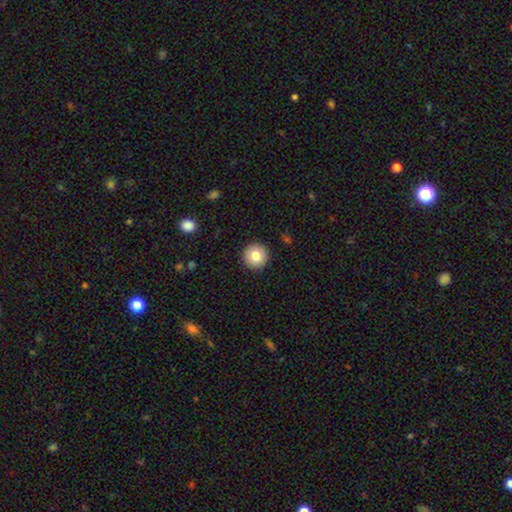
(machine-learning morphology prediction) Smooth or featured: smooth — 80% (featured or disk — 11%)
How rounded: round — 96% (in between — 3%)
Merging: none — 93% (minor disturbance — 5%)